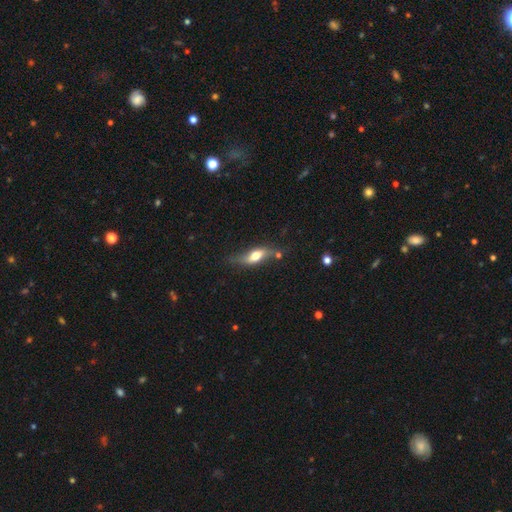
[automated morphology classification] This is possibly a featured or disk galaxy (49%). Merging: possibly none (55%).